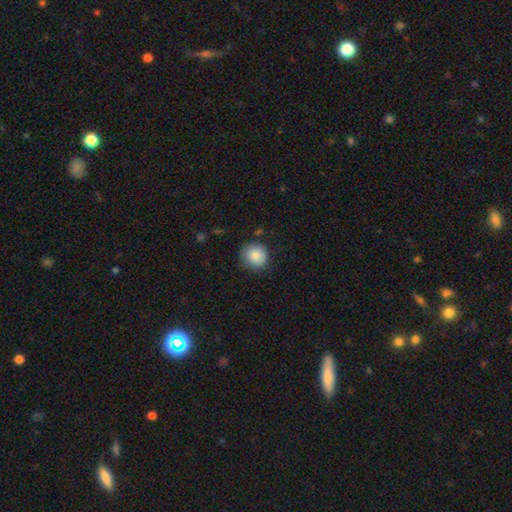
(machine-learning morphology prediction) smooth-or-featured: smooth: 83% | star or artifact: 9% | featured or disk: 8%
  how-rounded: round: 90% | in between: 9% | cigar-shaped: 1%
  merging: none: 79% | minor disturbance: 16% | major disturbance: 3% | merger: 2%